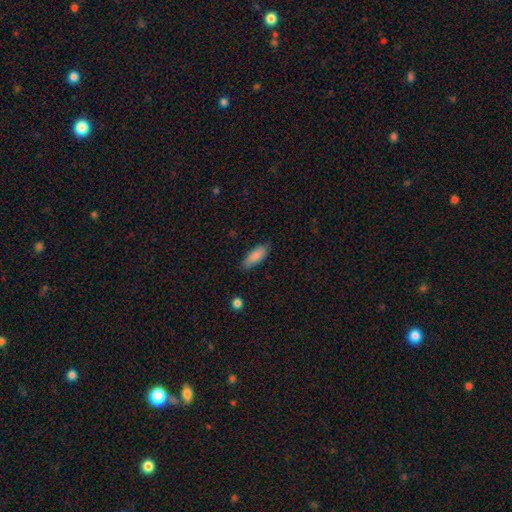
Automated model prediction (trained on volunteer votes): Morphology: type=smooth (88%); roundness=in between (67%); merging=none (84%).